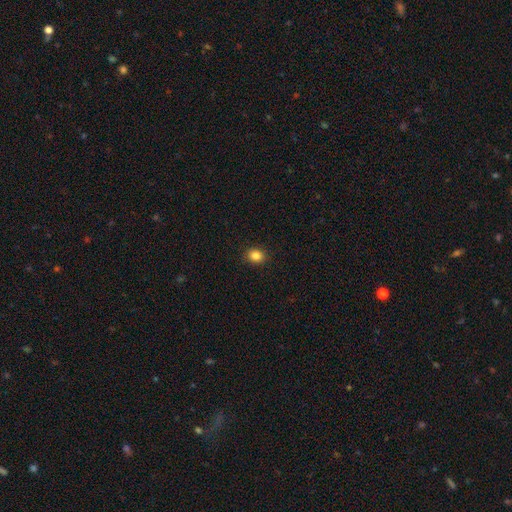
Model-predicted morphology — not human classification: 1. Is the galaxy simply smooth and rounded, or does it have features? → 85% smooth, 11% star or artifact, 5% featured or disk.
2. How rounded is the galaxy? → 60% round, 39% in between, 1% cigar-shaped.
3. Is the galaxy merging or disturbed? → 91% none, 6% minor disturbance, 2% major disturbance, 1% merger.